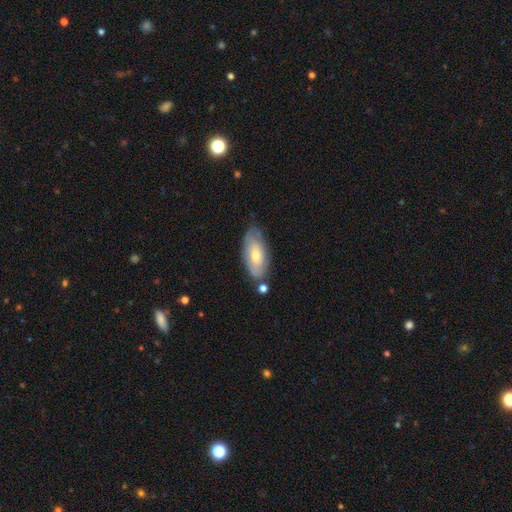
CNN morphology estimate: Smooth or featured? smooth (52%)
How rounded? in between (88%)
Merging? none (67%)